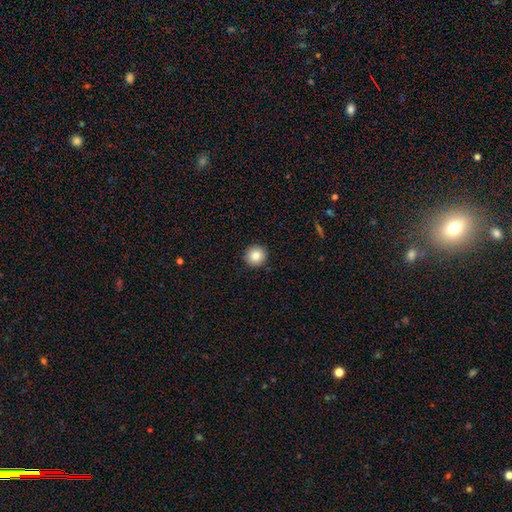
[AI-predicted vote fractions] Smooth or featured? Predicted: smooth (p=0.85). How rounded? Predicted: round (p=0.94). Merging? Predicted: none (p=0.92).